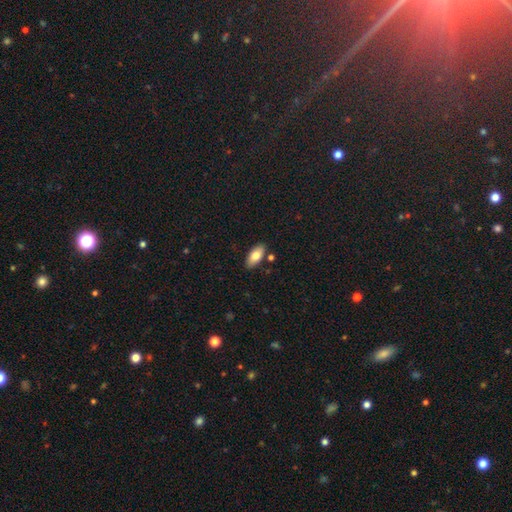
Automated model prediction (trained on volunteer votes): Smooth or featured? Predicted: smooth (p=0.78). How rounded? Predicted: in between (p=0.89). Merging? Predicted: none (p=0.84).